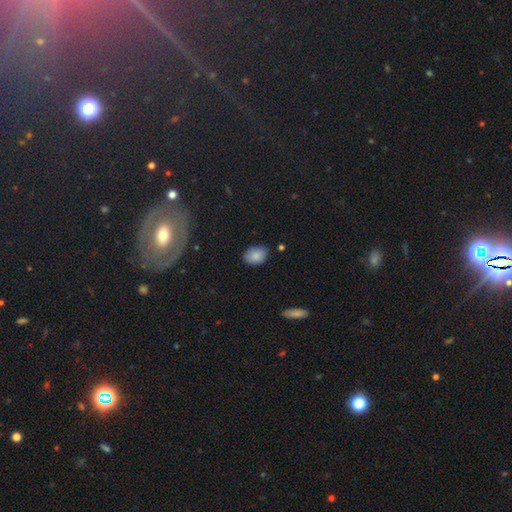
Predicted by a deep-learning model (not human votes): Smooth or featured? Predicted: smooth (p=0.85). How rounded? Predicted: in between (p=0.75). Merging? Predicted: none (p=0.76).